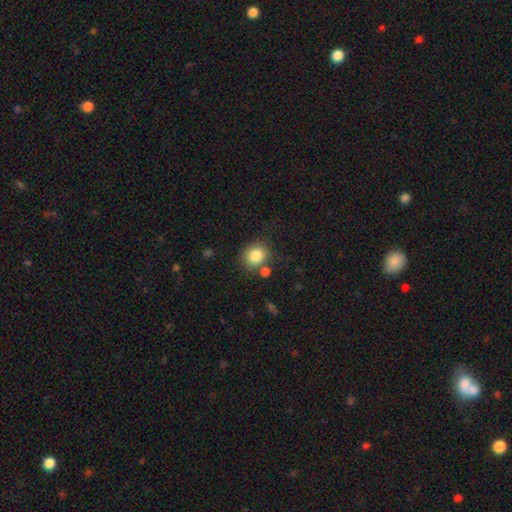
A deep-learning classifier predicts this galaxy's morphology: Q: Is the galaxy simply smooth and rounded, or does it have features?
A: smooth — 84%.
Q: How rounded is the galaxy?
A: round — 70%.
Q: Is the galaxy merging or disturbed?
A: none — 71%.